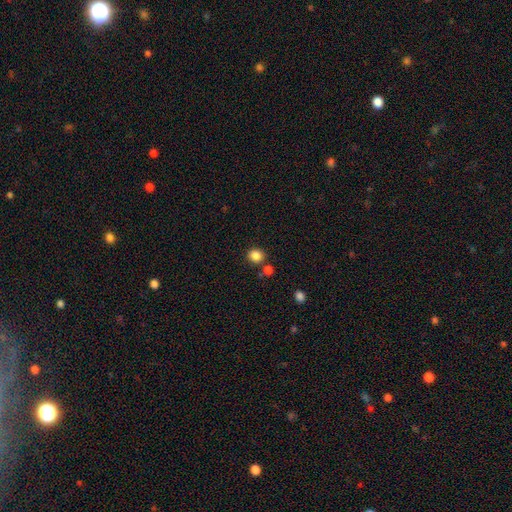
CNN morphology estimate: A smooth galaxy with no disk features (85%) that is round (84%).

Vote fractions:
- Smooth or featured? smooth: 85% / star or artifact: 11% / featured or disk: 4%
- How rounded? round: 84% / in between: 15% / cigar-shaped: 1%
- Merging? none: 80% / merger: 10% / minor disturbance: 8% / major disturbance: 3%